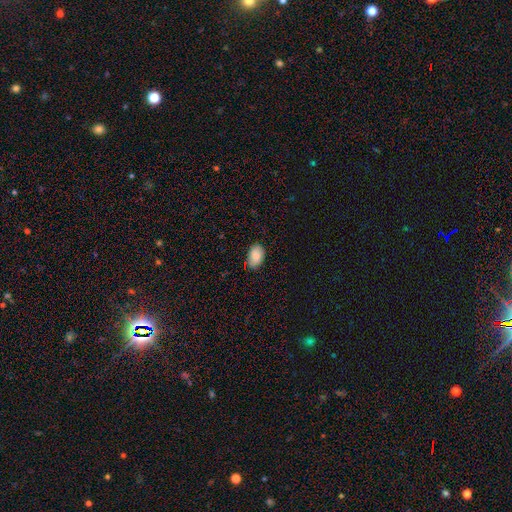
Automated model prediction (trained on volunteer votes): Q: Smooth or featured?
A: smooth (85%); runner-up: featured or disk (7%)
Q: How rounded?
A: in between (92%); runner-up: round (7%)
Q: Merging?
A: none (81%); runner-up: minor disturbance (16%)